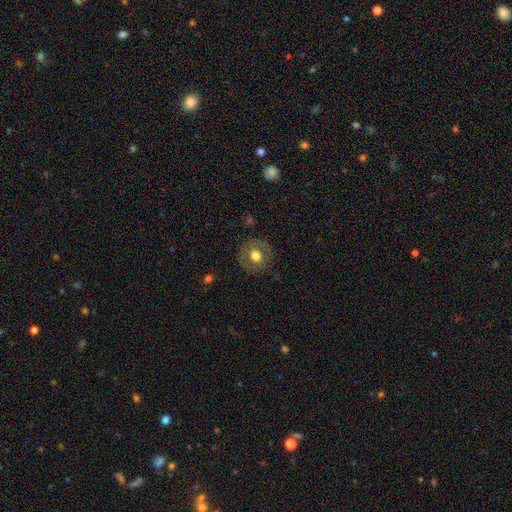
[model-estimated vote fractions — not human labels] smooth 62%, featured or disk 29%, star or artifact 9%. Down the decision tree: how rounded — round (90%); merging — none (85%).